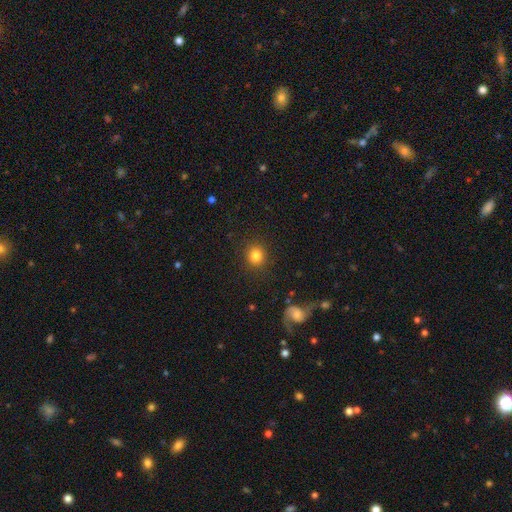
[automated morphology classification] A smooth galaxy with no disk features (83%) that is round (84%). Merging: none (90%).